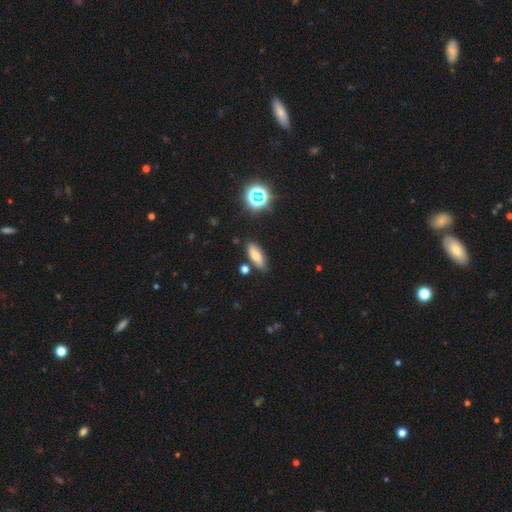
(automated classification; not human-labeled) A smooth galaxy with no disk features (67%) that is in between round and cigar-shaped (65%).

Vote fractions:
- Smooth or featured? smooth: 67% / featured or disk: 19% / star or artifact: 14%
- How rounded? in between: 65% / cigar-shaped: 30% / round: 5%
- Merging? none: 78% / minor disturbance: 13% / merger: 5% / major disturbance: 3%